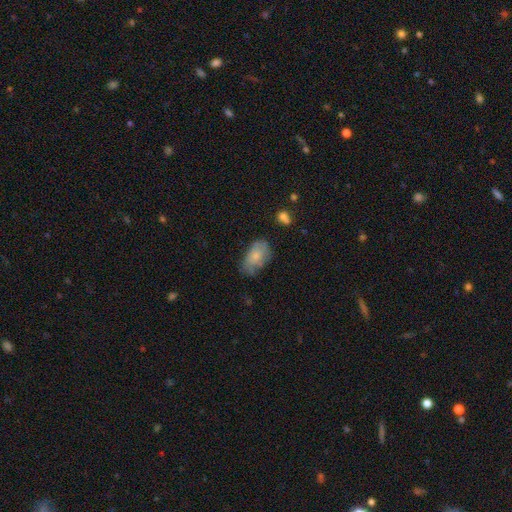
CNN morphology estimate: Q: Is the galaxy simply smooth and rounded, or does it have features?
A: smooth — 72%.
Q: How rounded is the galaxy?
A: in between — 92%.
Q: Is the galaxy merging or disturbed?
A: none — 56%.